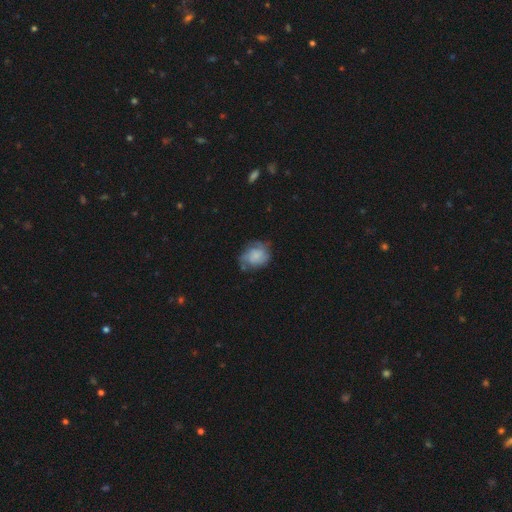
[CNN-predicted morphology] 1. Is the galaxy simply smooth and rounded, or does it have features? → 46% smooth (tied), 46% featured or disk (tied), 9% star or artifact.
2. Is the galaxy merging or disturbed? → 57% none, 28% minor disturbance, 14% major disturbance, 2% merger.